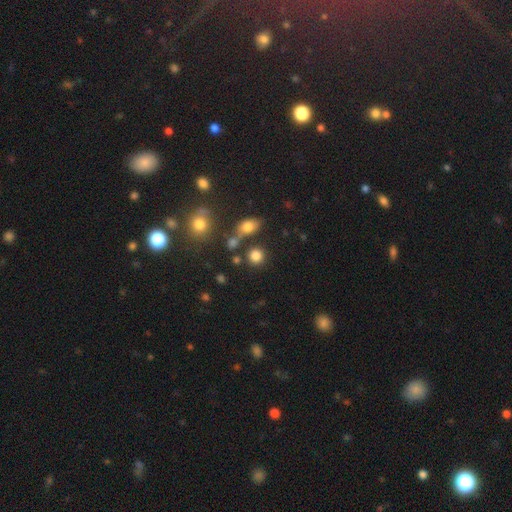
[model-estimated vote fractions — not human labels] Smooth or featured: smooth — 81% (star or artifact — 13%)
How rounded: round — 86% (in between — 13%)
Merging: none — 76% (merger — 11%)